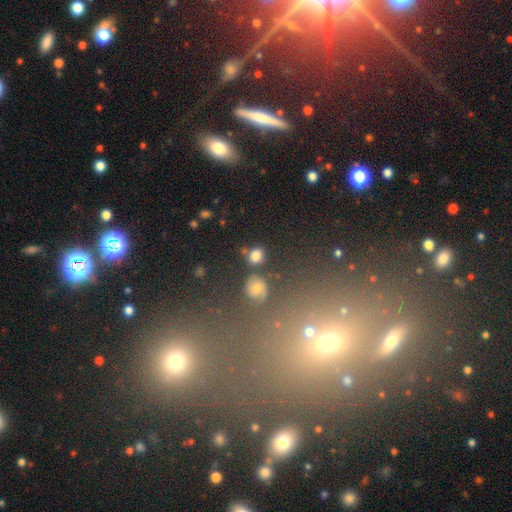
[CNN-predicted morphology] This is likely a smooth galaxy (79%). How rounded: possibly round (57%). Merging: likely none (68%).